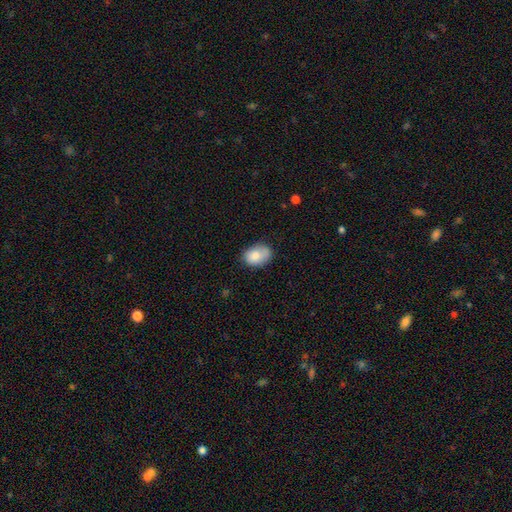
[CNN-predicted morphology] A smooth galaxy with no disk features (82%) that is in between round and cigar-shaped (79%).

Vote fractions:
- Smooth or featured? smooth: 82% / featured or disk: 11% / star or artifact: 7%
- How rounded? in between: 79% / round: 20% / cigar-shaped: 1%
- Merging? none: 62% / minor disturbance: 28% / major disturbance: 7% / merger: 4%